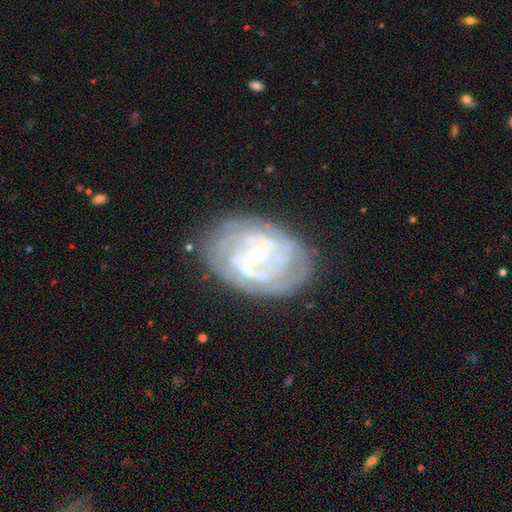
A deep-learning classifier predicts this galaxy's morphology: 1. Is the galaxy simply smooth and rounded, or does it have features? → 81% featured or disk, 12% smooth, 7% star or artifact.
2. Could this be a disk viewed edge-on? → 96% no, 4% yes.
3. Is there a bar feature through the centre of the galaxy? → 45% strong, 42% weak, 13% no.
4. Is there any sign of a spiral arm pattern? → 80% yes, 20% no.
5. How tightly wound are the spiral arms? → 63% tight, 28% medium, 9% loose.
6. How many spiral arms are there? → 44% can't tell, 32% 2, 10% 3, 5% 4, 5% 1, 4% more than 4.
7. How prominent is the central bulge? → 52% small, 39% moderate, 5% none, 3% large, 1% dominant.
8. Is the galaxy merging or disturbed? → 71% none, 18% minor disturbance, 8% major disturbance, 2% merger.